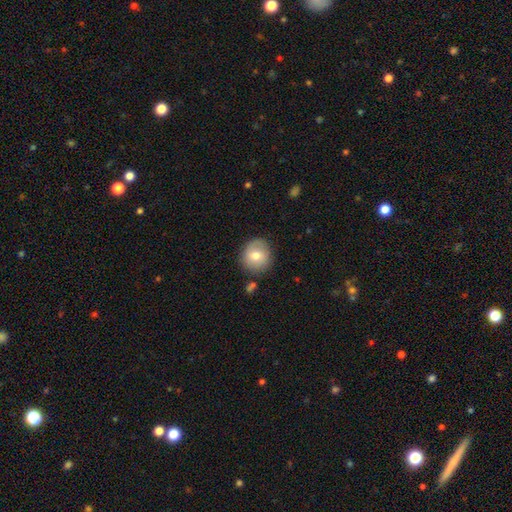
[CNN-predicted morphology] A smooth galaxy with no disk features (69%) that is round (85%).

Vote fractions:
- Smooth or featured? smooth: 69% / featured or disk: 23% / star or artifact: 8%
- How rounded? round: 85% / in between: 14% / cigar-shaped: 1%
- Merging? none: 79% / minor disturbance: 14% / major disturbance: 4% / merger: 3%